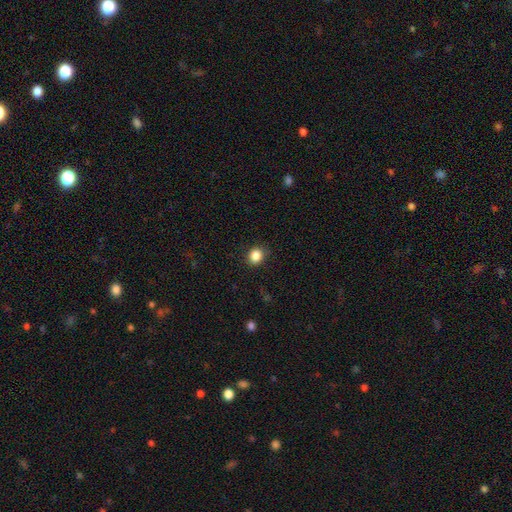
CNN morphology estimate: The model was most divided on "how rounded": round: 72%, in between: 27%, cigar-shaped: 1%. More confident: merging — none (86%); smooth or featured — smooth (85%).